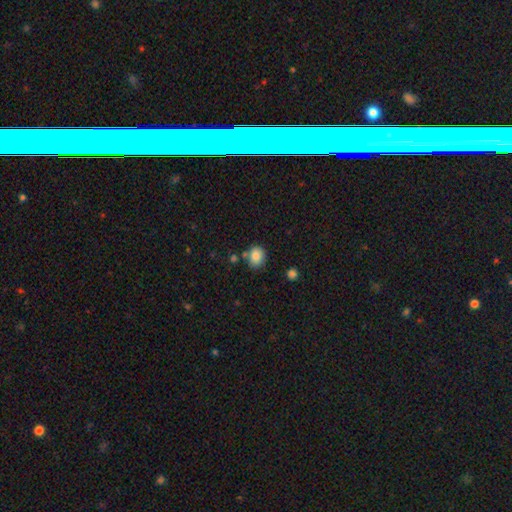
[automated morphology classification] A smooth galaxy with no disk features (84%) that is round (62%). Merging: none (73%).